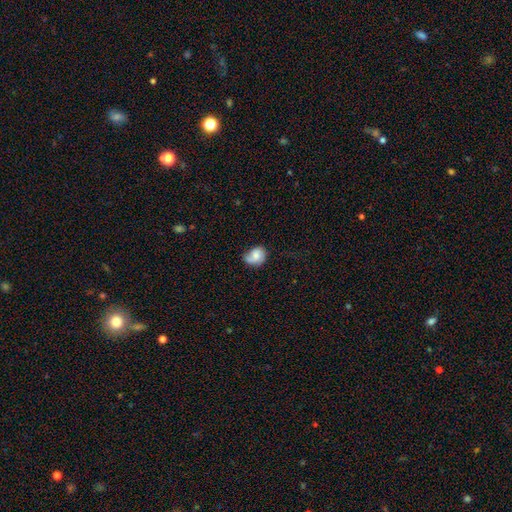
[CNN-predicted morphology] A smooth galaxy with no disk features (60%) that is round (53%).

Vote fractions:
- Smooth or featured? smooth: 60% / featured or disk: 32% / star or artifact: 8%
- How rounded? round: 53% / in between: 46% / cigar-shaped: 1%
- Merging? none: 46% / minor disturbance: 32% / major disturbance: 15% / merger: 7%